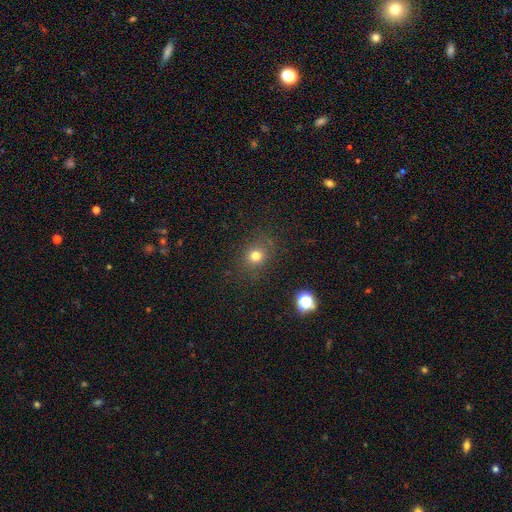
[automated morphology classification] type=smooth (75%); roundness=round (78%); merging=none (84%).